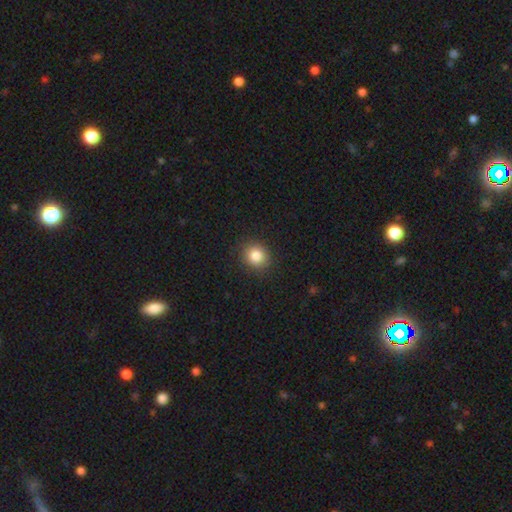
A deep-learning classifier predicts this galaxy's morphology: A smooth galaxy with no disk features (84%) that is round (82%).

Vote fractions:
- Smooth or featured? smooth: 84% / star or artifact: 11% / featured or disk: 5%
- How rounded? round: 82% / in between: 17% / cigar-shaped: 1%
- Merging? none: 89% / minor disturbance: 8% / major disturbance: 2% / merger: 1%